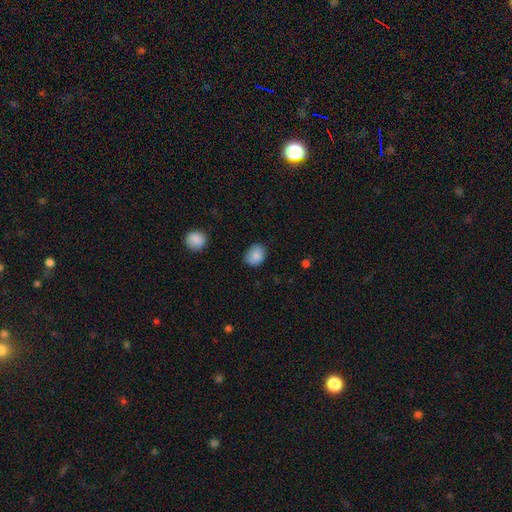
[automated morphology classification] A smooth galaxy with no disk features (86%) that is in between round and cigar-shaped (53%). Merging: none (76%).